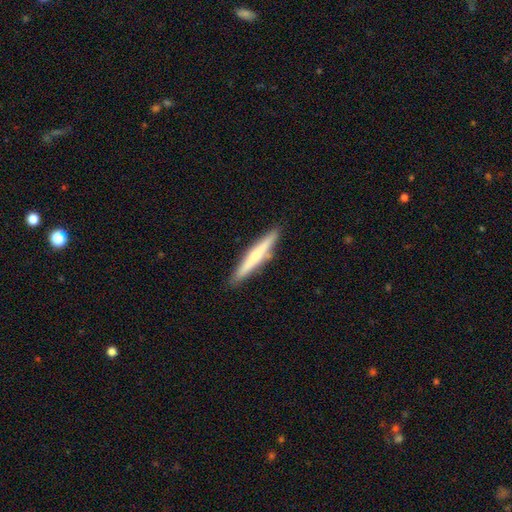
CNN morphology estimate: Overall: featured or disk (49%; smooth 45%). Merging: none (87%).